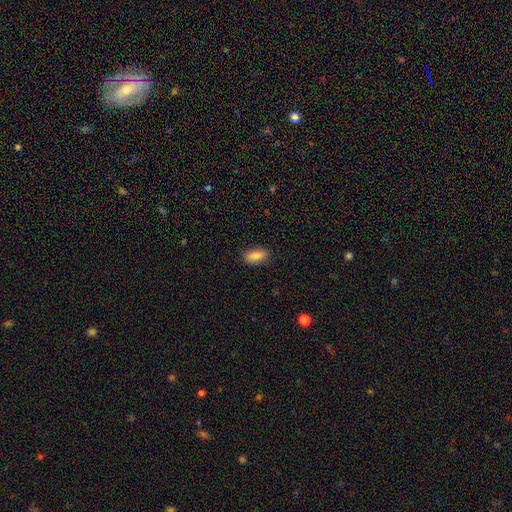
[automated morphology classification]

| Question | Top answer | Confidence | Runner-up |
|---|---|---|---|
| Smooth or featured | smooth | 85% | featured or disk (8%) |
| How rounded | in between | 85% | cigar-shaped (12%) |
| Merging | none | 86% | minor disturbance (10%) |